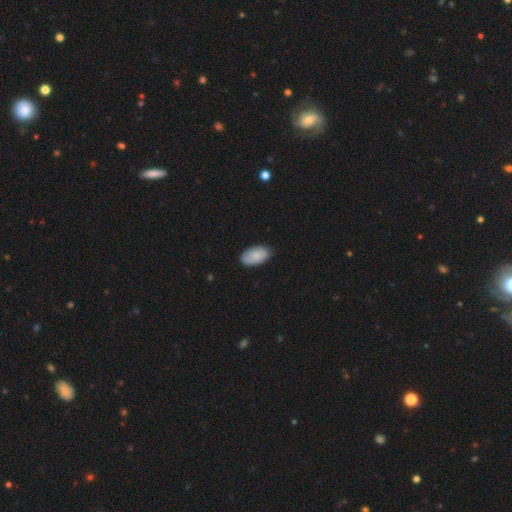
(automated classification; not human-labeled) Smooth or featured?
  - smooth: 83% *
  - featured or disk: 11%
  - star or artifact: 6%
How rounded?
  - in between: 95% *
  - round: 4%
  - cigar-shaped: 2%
Merging?
  - none: 84% *
  - minor disturbance: 13%
  - major disturbance: 2%
  - merger: 1%